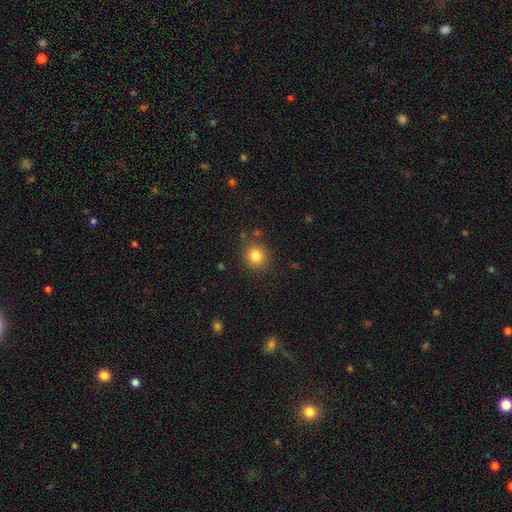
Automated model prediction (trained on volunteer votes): smooth-or-featured: smooth: 82% | star or artifact: 11% | featured or disk: 6%
  how-rounded: round: 87% | in between: 12% | cigar-shaped: 1%
  merging: none: 86% | minor disturbance: 9% | major disturbance: 3% | merger: 3%